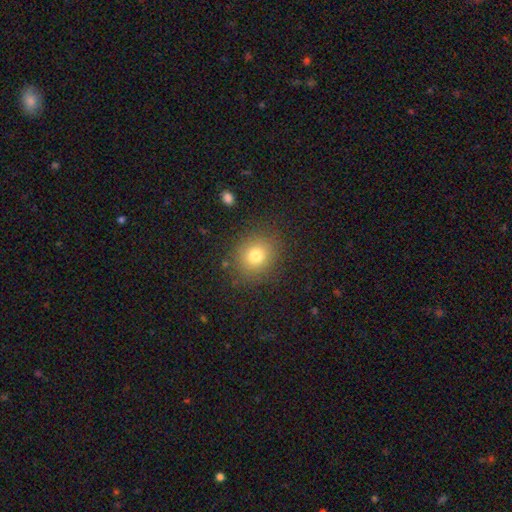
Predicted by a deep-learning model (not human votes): This appears to be a smooth galaxy with no disk features (75%) that is round (78%). Merging: none (85%).